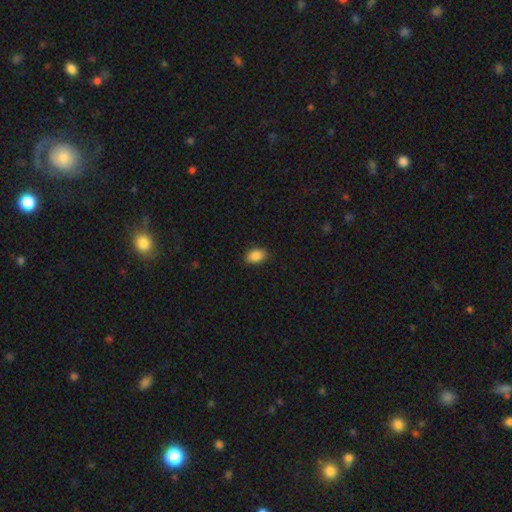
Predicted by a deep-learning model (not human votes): This is clearly a smooth galaxy (88%). How rounded: clearly in between (88%). Merging: clearly none (87%).